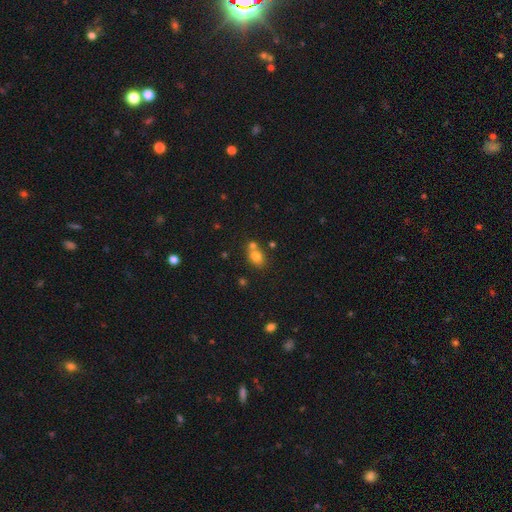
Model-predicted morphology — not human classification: Smooth or featured?
  - smooth: 76% *
  - star or artifact: 13%
  - featured or disk: 11%
How rounded?
  - in between: 52% *
  - round: 47%
  - cigar-shaped: 1%
Merging?
  - none: 48% *
  - merger: 38%
  - minor disturbance: 11%
  - major disturbance: 4%